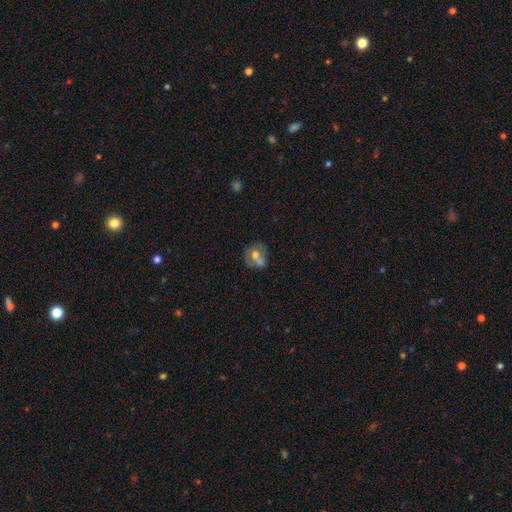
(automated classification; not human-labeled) Smooth or featured: smooth — 51% (featured or disk — 39%)
How rounded: round — 68% (in between — 30%)
Merging: none — 45% (merger — 30%)